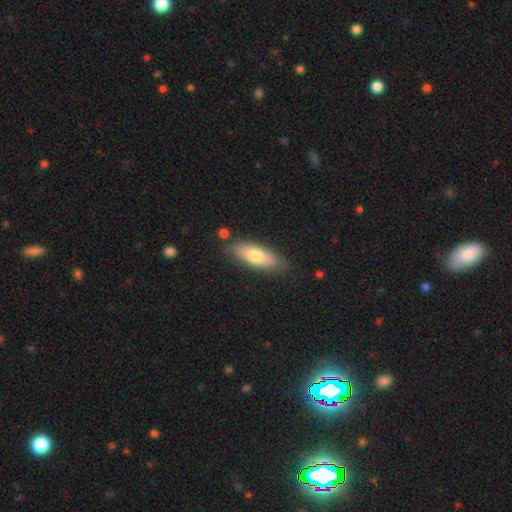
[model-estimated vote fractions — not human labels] A smooth galaxy with no disk features (72%) that is in between round and cigar-shaped (68%). Merging: none (80%).